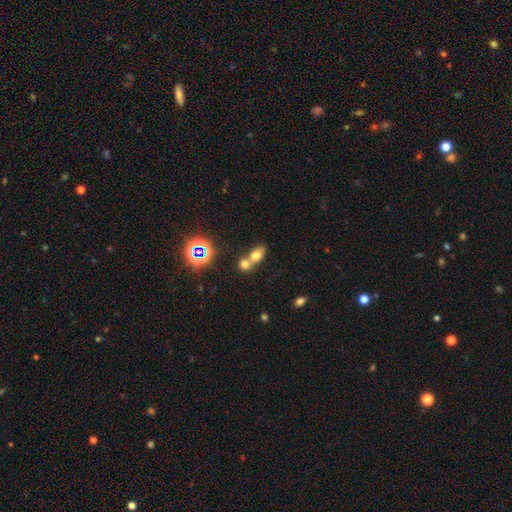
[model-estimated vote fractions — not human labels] Smooth or featured: smooth — 67% (star or artifact — 17%)
How rounded: in between — 65% (round — 32%)
Merging: merger — 61% (none — 29%)